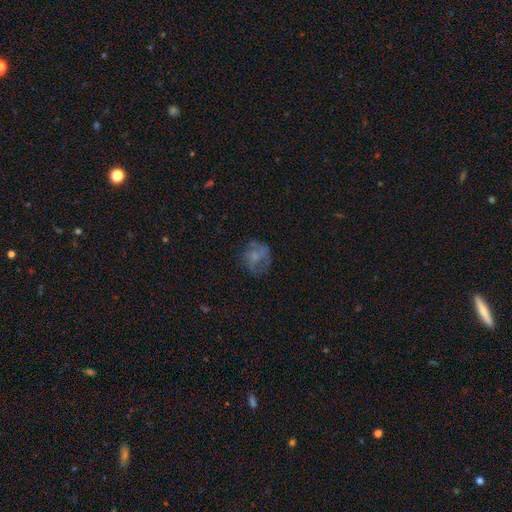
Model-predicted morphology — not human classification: type=featured or disk (45%); merging=none (59%).